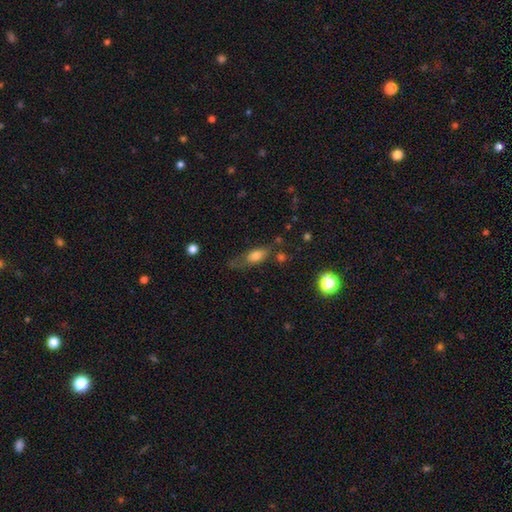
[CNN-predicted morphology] smooth-or-featured: smooth: 69% | featured or disk: 20% | star or artifact: 11%
  how-rounded: in between: 74% | cigar-shaped: 19% | round: 7%
  merging: none: 48% | minor disturbance: 28% | major disturbance: 18% | merger: 6%